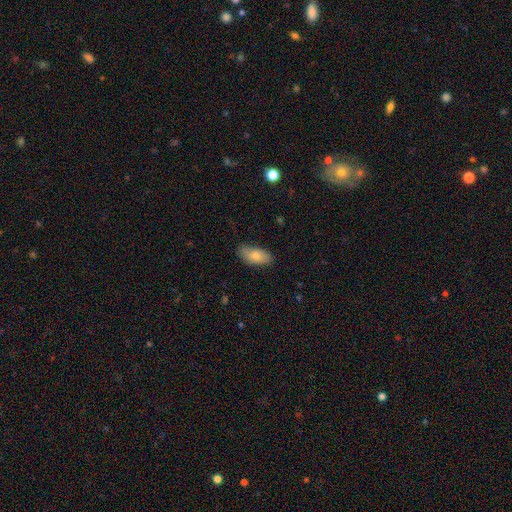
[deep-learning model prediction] This is likely a smooth galaxy (80%). How rounded: clearly in between (90%). Merging: likely none (74%).